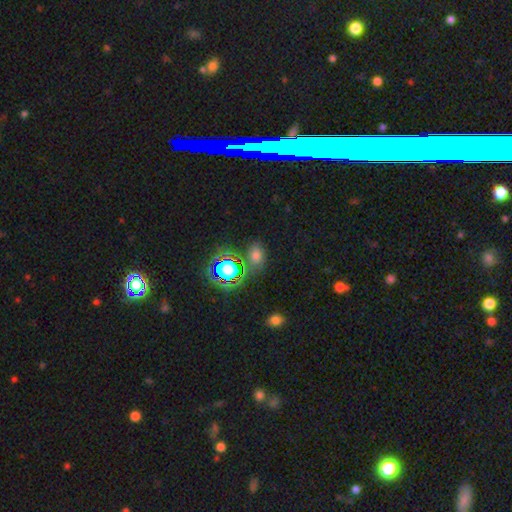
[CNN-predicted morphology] smooth_or_featured: smooth (p=0.56) [alt: star or artifact p=0.35]
how_rounded: in between (p=0.66) [alt: round p=0.32]
merging: none (p=0.71) [alt: minor disturbance p=0.15]